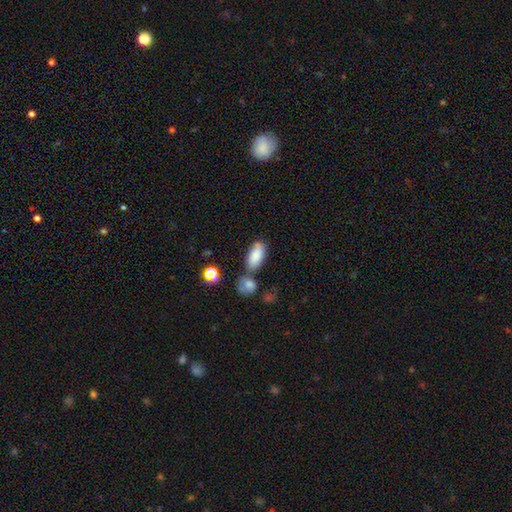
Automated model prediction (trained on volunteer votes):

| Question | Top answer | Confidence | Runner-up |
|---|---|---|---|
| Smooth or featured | smooth | 82% | featured or disk (10%) |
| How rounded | in between | 89% | cigar-shaped (7%) |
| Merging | none | 58% | merger (19%) |